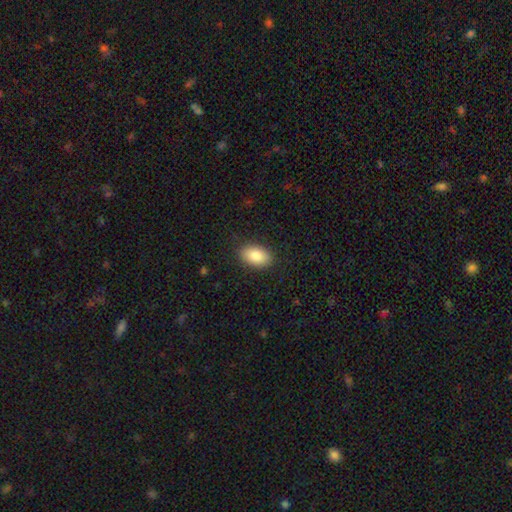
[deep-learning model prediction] This appears to be a smooth galaxy with no disk features (86%) that is in between round and cigar-shaped (92%). Merging: none (87%).